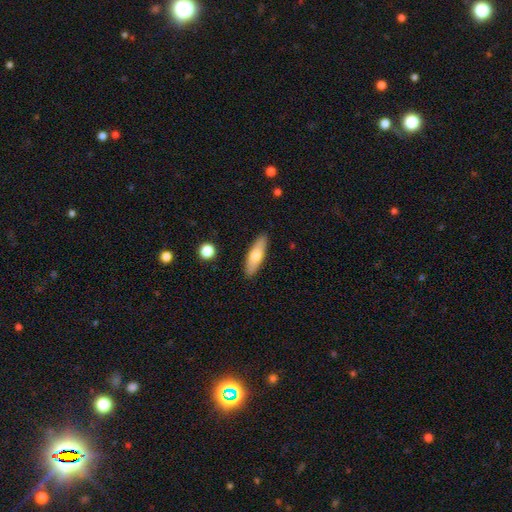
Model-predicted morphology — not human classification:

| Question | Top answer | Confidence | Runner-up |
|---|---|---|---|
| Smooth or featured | smooth | 64% | featured or disk (30%) |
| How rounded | cigar-shaped | 56% | in between (42%) |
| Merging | none | 89% | minor disturbance (8%) |